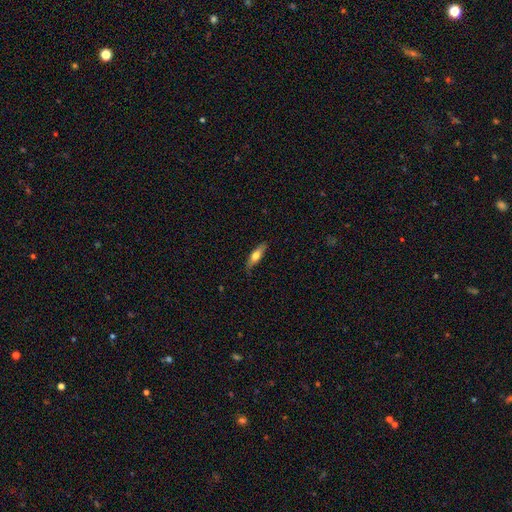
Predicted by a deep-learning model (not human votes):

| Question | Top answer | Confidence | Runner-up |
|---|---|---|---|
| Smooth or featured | smooth | 62% | featured or disk (32%) |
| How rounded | cigar-shaped | 56% | in between (42%) |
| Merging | none | 78% | minor disturbance (18%) |